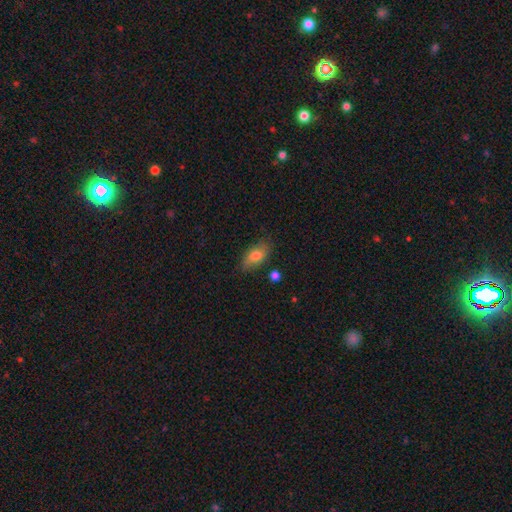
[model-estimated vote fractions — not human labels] Smooth or featured? smooth (75%)
How rounded? in between (87%)
Merging? none (74%)